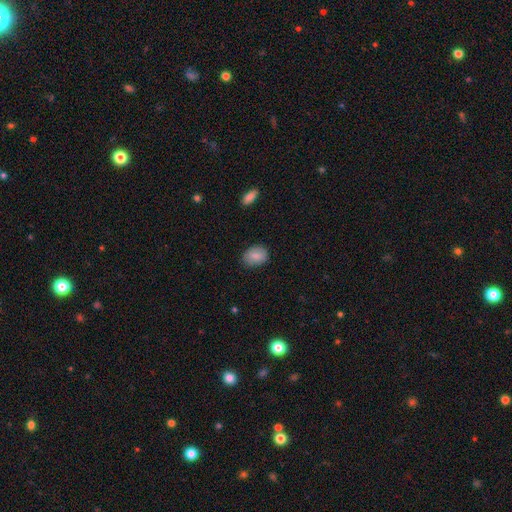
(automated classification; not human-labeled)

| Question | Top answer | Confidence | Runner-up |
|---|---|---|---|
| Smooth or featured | smooth | 83% | featured or disk (10%) |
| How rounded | in between | 71% | round (28%) |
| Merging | none | 81% | minor disturbance (15%) |